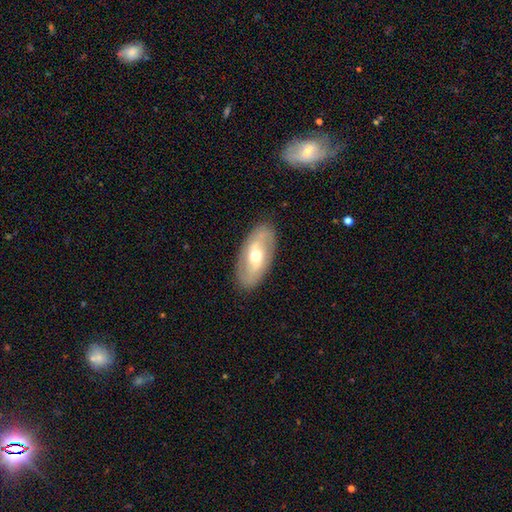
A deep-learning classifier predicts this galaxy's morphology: This is possibly a featured or disk galaxy (59%). It is clearly not viewed edge-on (88%). Bar: marginally no (44%). Spiral arm pattern: possibly yes (57%). Central bulge: likely moderate (71%). Merging: clearly none (86%).